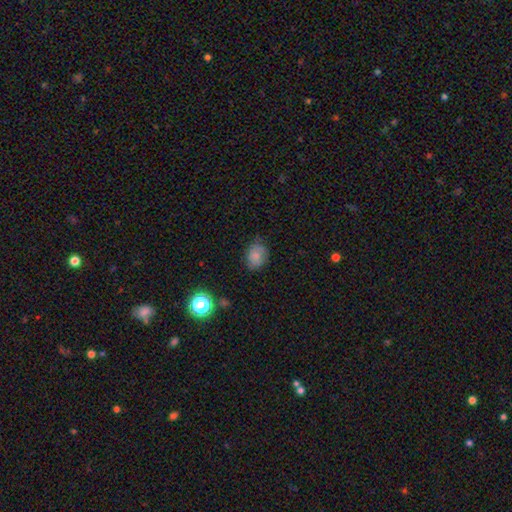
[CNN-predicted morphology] A smooth galaxy with no disk features (75%) that is in between round and cigar-shaped (50%).

Vote fractions:
- Smooth or featured? smooth: 75% / featured or disk: 14% / star or artifact: 11%
- How rounded? in between: 50% / round: 49% / cigar-shaped: 1%
- Merging? none: 69% / minor disturbance: 24% / major disturbance: 6% / merger: 2%